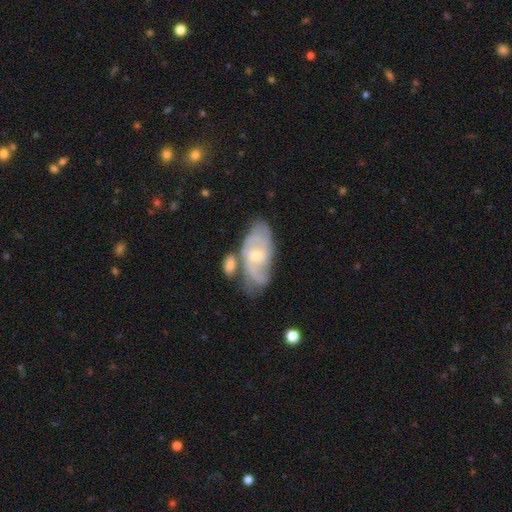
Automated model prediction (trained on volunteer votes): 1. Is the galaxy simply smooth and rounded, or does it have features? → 77% featured or disk, 17% smooth, 6% star or artifact.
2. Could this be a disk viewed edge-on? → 94% no, 6% yes.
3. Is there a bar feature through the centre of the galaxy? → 55% no, 38% weak, 7% strong.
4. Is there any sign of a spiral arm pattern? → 90% yes, 10% no.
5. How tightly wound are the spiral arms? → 44% tight, 41% medium, 14% loose.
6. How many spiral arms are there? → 40% 2, 32% can't tell, 17% 3, 5% 4, 4% 1, 3% more than 4.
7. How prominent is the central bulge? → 54% small, 42% moderate, 2% none, 2% large, 1% dominant.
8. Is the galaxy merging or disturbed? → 51% none, 21% merger, 21% minor disturbance, 8% major disturbance.